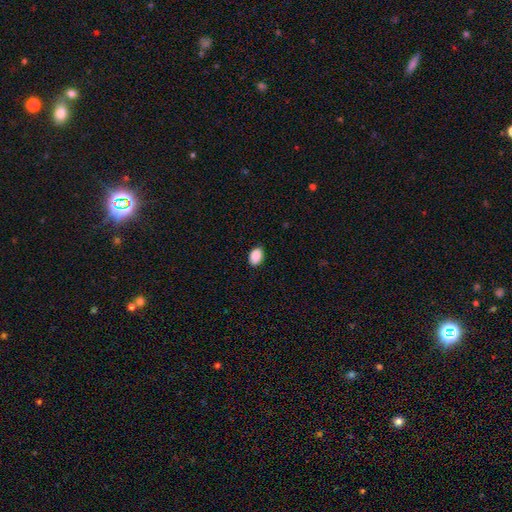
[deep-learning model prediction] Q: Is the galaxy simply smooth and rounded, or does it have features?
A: smooth — 90%.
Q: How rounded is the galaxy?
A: in between — 82%.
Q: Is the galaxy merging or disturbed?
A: none — 88%.